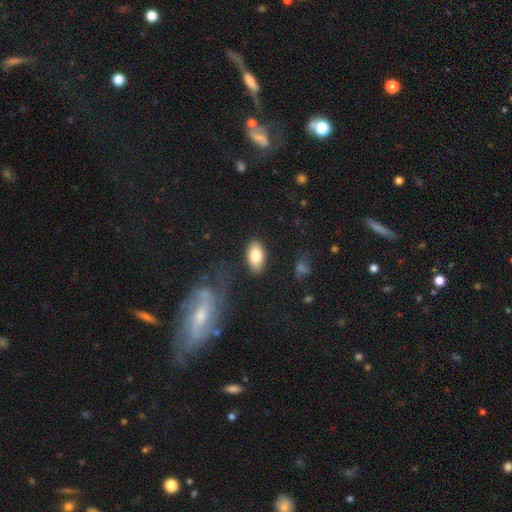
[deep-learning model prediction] smooth-or-featured: smooth: 79% | featured or disk: 14% | star or artifact: 7%
  how-rounded: in between: 92% | round: 5% | cigar-shaped: 3%
  merging: none: 85% | minor disturbance: 10% | major disturbance: 3% | merger: 2%